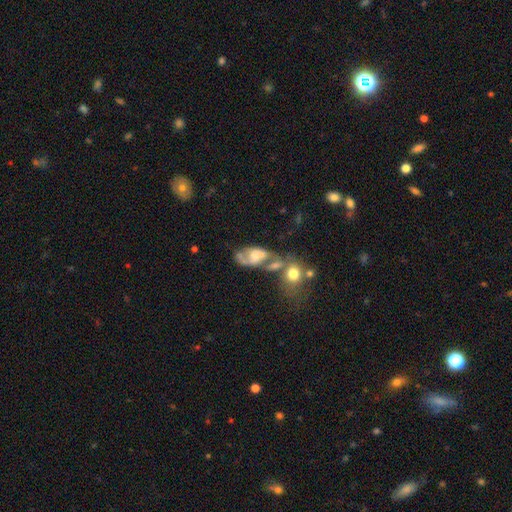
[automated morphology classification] This is likely a featured or disk galaxy (61%). It is clearly not viewed edge-on (95%). Bar: likely no (68%). Spiral arm pattern: likely yes (70%). Central bulge: possibly moderate (48%). Merging: marginally merger (41%).